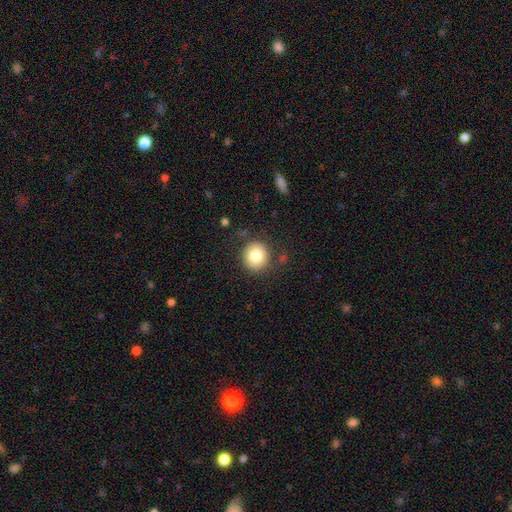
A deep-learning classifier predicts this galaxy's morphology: Overall: smooth (81%). How rounded: round (92%). Merging: none (85%).